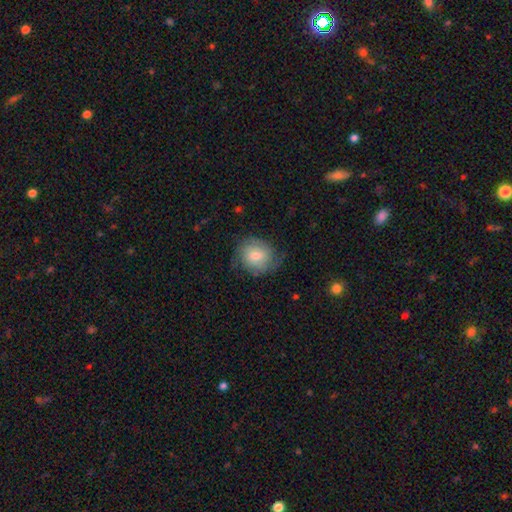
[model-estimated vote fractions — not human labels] Smooth or featured? smooth (54%)
How rounded? round (79%)
Merging? none (66%)